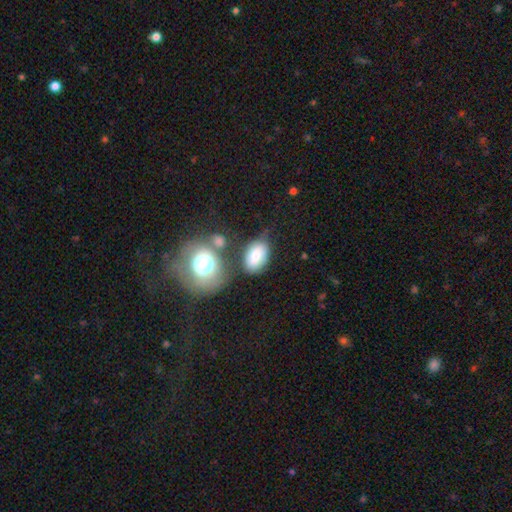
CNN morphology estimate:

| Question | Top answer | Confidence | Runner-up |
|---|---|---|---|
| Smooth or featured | smooth | 76% | featured or disk (13%) |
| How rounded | in between | 84% | round (14%) |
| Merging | none | 61% | minor disturbance (21%) |